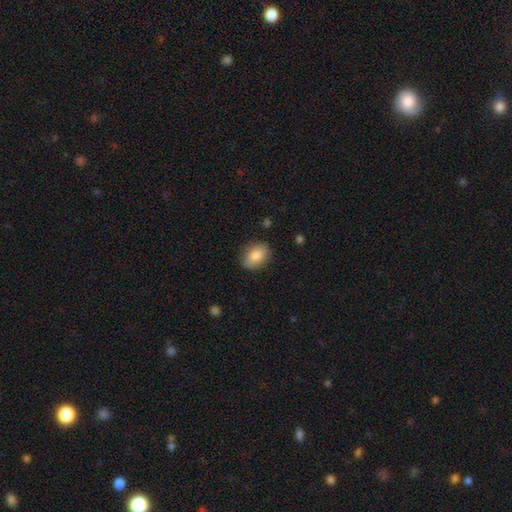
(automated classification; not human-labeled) smooth 84%, featured or disk 9%, star or artifact 7%. Down the decision tree: how rounded — in between (76%); merging — none (84%).